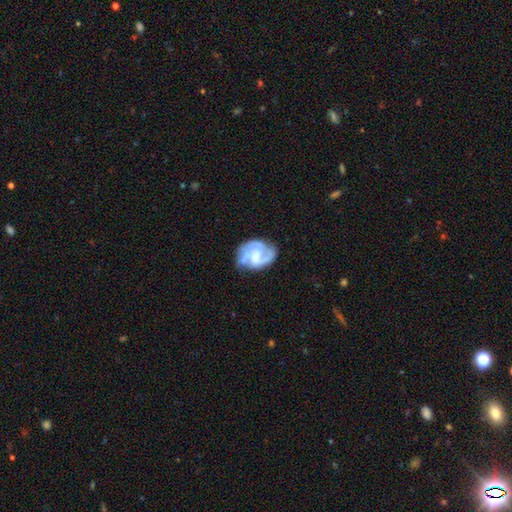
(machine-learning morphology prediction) type=featured or disk (77%); edge-on=no (98%); bar=weak (48%); spiral arms=yes (88%); winding=medium (46%); arm count=2 (45%); bulge=moderate (47%); merging=none (56%).